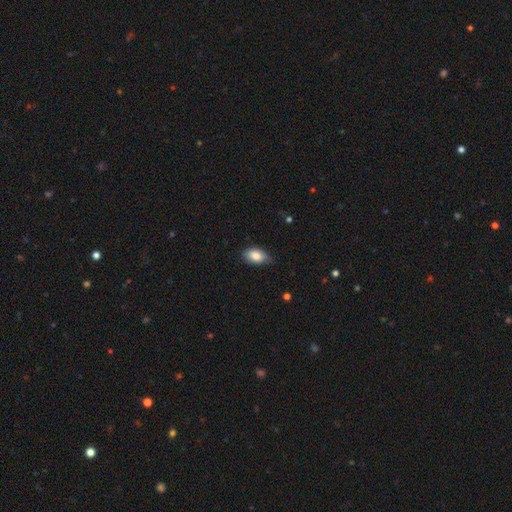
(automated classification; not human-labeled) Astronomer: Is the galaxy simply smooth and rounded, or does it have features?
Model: smooth — 85%.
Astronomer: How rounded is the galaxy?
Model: in between — 90%.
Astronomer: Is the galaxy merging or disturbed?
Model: none — 66%.